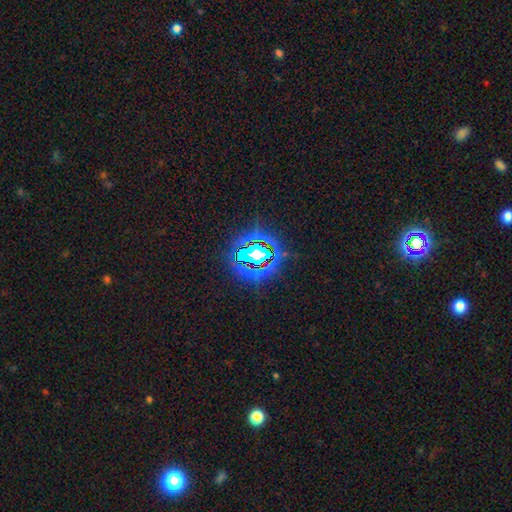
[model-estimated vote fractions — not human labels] Smooth or featured?
  - star or artifact: 81% *
  - smooth: 11%
  - featured or disk: 8%